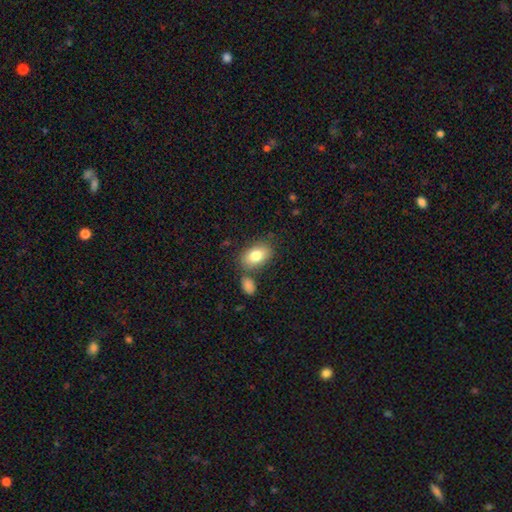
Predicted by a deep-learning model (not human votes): Q: Smooth or featured?
A: smooth (80%); runner-up: featured or disk (12%)
Q: How rounded?
A: in between (89%); runner-up: round (10%)
Q: Merging?
A: none (72%); runner-up: minor disturbance (13%)